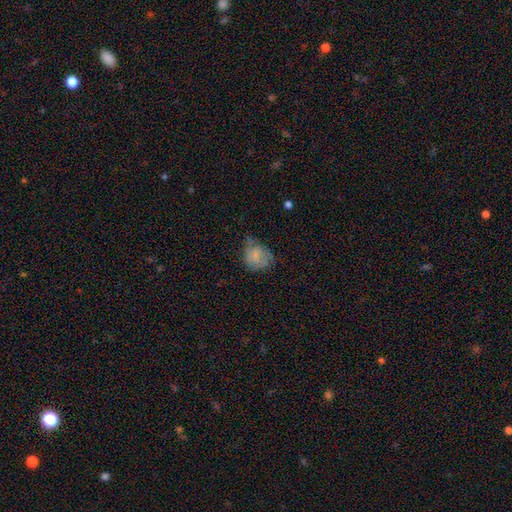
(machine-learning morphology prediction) Smooth or featured? smooth (67%)
How rounded? round (60%)
Merging? none (42%)